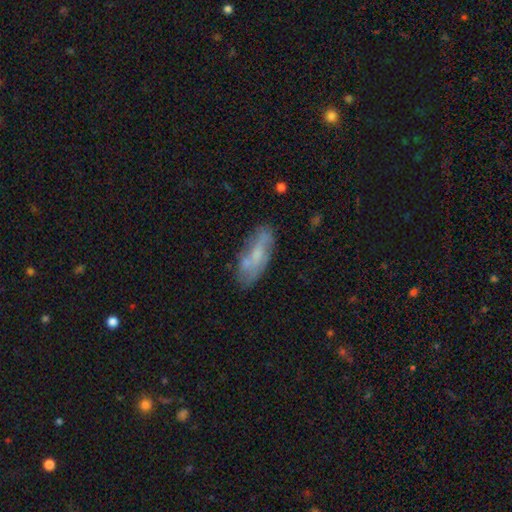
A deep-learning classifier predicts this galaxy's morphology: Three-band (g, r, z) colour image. It shows a smooth galaxy with no disk features (50%) that is in between round and cigar-shaped (64%). Merging: none (64%).